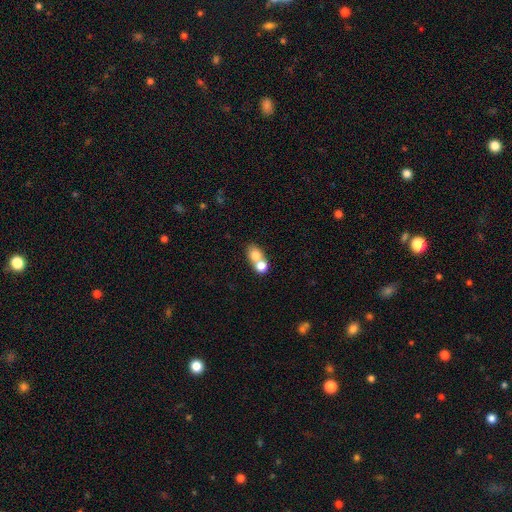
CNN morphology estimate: smooth_or_featured: smooth (p=0.73) [alt: featured or disk p=0.17]
how_rounded: round (p=0.53) [alt: in between p=0.45]
merging: merger (p=0.63) [alt: none p=0.28]